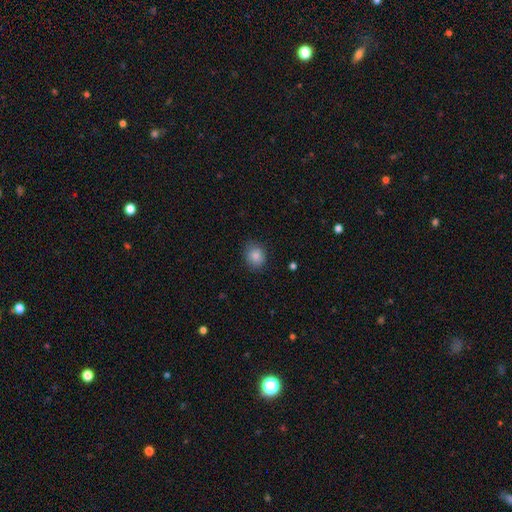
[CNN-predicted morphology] type=smooth (85%); roundness=round (71%); merging=none (84%).